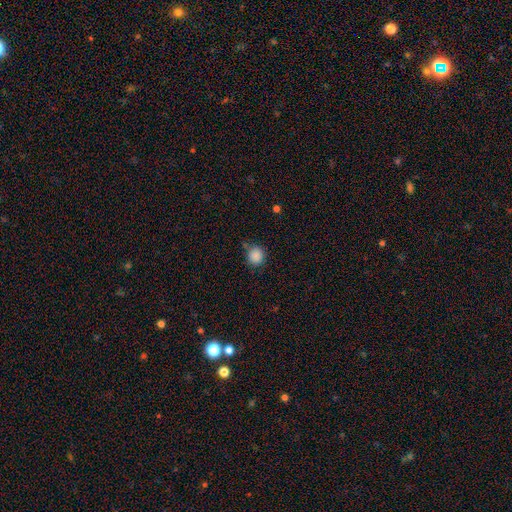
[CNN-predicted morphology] The model was most divided on "merging": none: 72%, minor disturbance: 18%, merger: 6%, major disturbance: 4%. More confident: how rounded — round (87%); smooth or featured — smooth (87%).